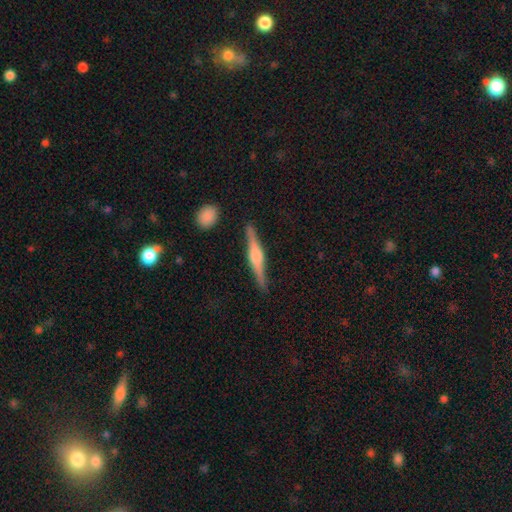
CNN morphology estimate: Smooth or featured?
  - featured or disk: 76% *
  - smooth: 18%
  - star or artifact: 6%
Edge-on disk?
  - yes: 98% *
  - no: 2%
Edge-on bulge?
  - rounded: 79% *
  - boxy: 17%
  - none: 4%
Merging?
  - none: 89% *
  - minor disturbance: 8%
  - major disturbance: 2%
  - merger: 2%